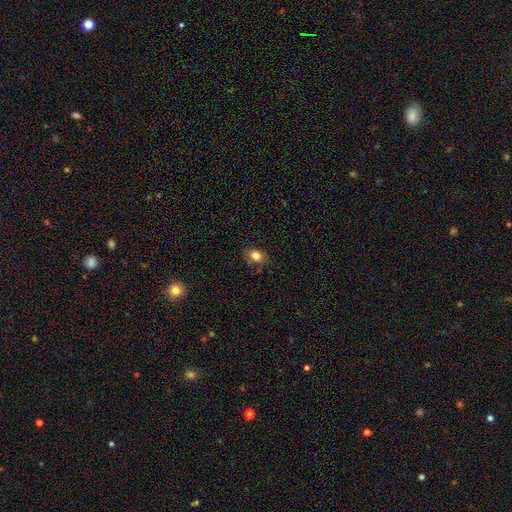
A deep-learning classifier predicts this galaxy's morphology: smooth_or_featured: smooth (p=0.80) [alt: star or artifact p=0.12]
how_rounded: in between (p=0.63) [alt: round p=0.36]
merging: none (p=0.78) [alt: minor disturbance p=0.17]